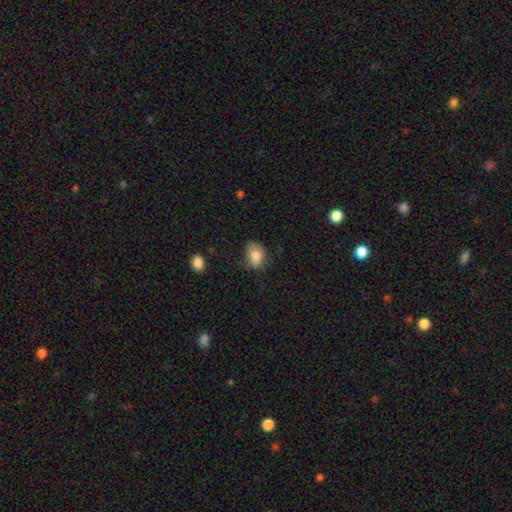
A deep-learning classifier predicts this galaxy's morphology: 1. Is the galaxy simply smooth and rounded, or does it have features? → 82% smooth, 9% featured or disk, 8% star or artifact.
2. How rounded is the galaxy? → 62% in between, 37% round, 1% cigar-shaped.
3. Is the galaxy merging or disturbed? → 58% none, 30% minor disturbance, 10% major disturbance, 2% merger.